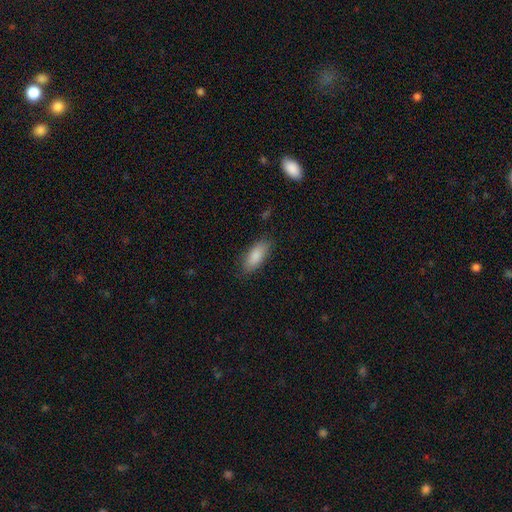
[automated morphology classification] Overall: smooth (87%). How rounded: in between (80%). Merging: none (84%).